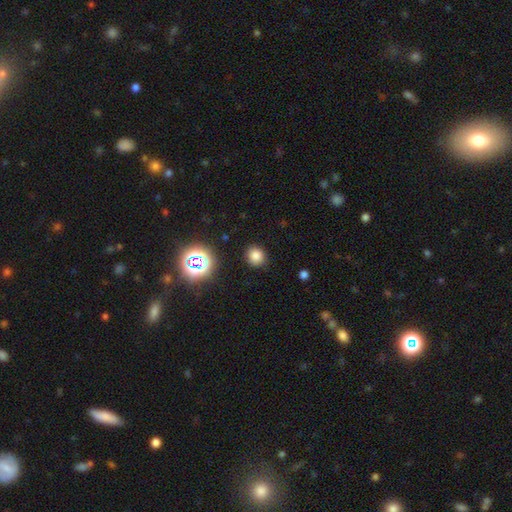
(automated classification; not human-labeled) The model was most divided on "how rounded": round: 79%, in between: 21%, cigar-shaped: 1%. More confident: merging — none (88%); smooth or featured — smooth (77%).